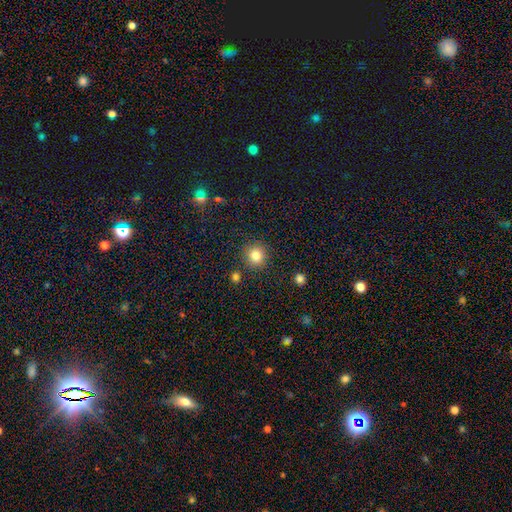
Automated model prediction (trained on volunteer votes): smooth-or-featured: smooth: 83% | star or artifact: 11% | featured or disk: 5%
  how-rounded: round: 91% | in between: 8% | cigar-shaped: 1%
  merging: none: 86% | minor disturbance: 8% | merger: 4% | major disturbance: 2%